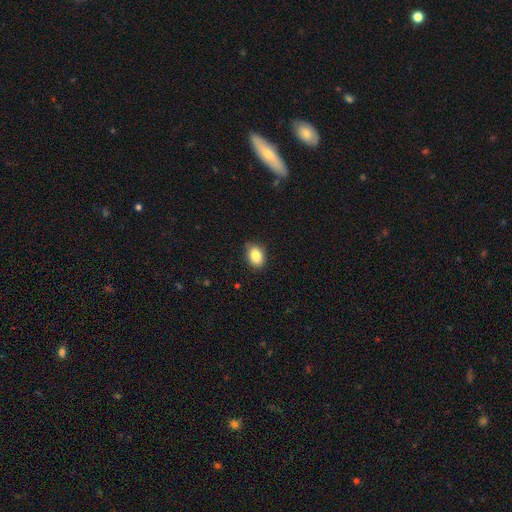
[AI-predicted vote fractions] smooth 85%, star or artifact 8%, featured or disk 6%. Down the decision tree: how rounded — in between (75%); merging — none (83%).